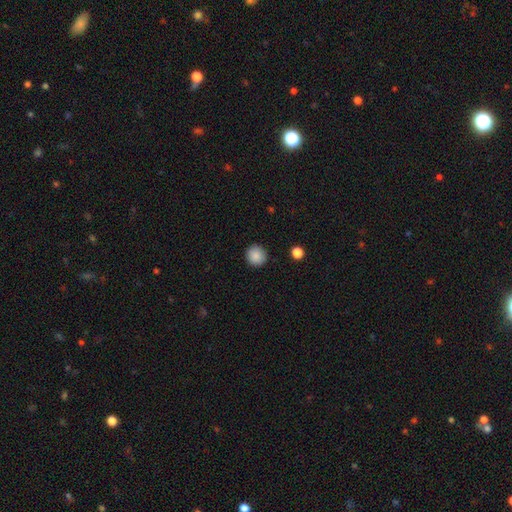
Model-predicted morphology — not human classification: A smooth galaxy with no disk features (88%) that is round (94%). Merging: none (92%).